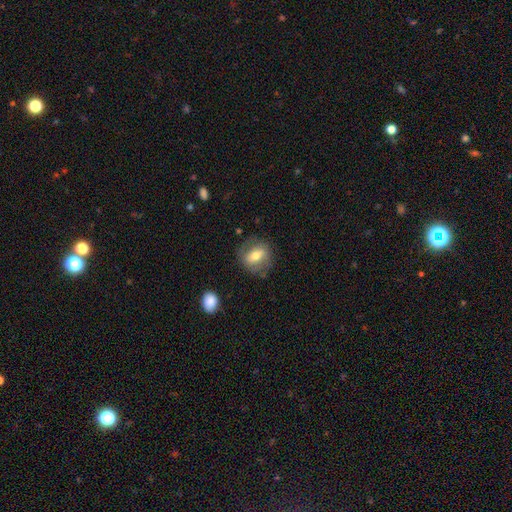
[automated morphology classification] This is possibly a smooth galaxy (60%). How rounded: likely round (62%). Merging: likely none (74%).